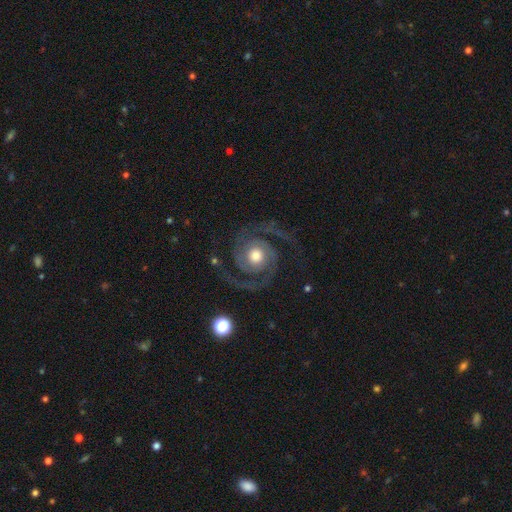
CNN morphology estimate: This is clearly a featured or disk galaxy (91%). It is clearly not viewed edge-on (98%). Bar: likely no (77%). Spiral arm pattern: clearly yes (98%). Spiral arm count: clearly 2 (92%). Spiral winding: possibly medium (48%). Central bulge: likely moderate (62%). Merging: likely none (80%).